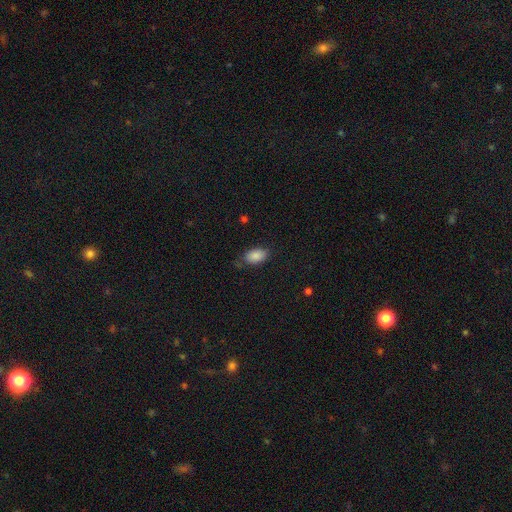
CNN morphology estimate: Smooth or featured?
  - smooth: 87% *
  - star or artifact: 8%
  - featured or disk: 5%
How rounded?
  - in between: 92% *
  - round: 6%
  - cigar-shaped: 2%
Merging?
  - none: 75% *
  - minor disturbance: 19%
  - major disturbance: 4%
  - merger: 2%